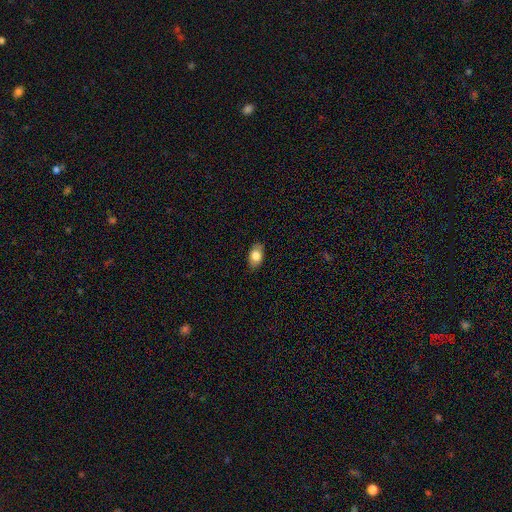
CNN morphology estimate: Smooth or featured? smooth (81%)
How rounded? in between (90%)
Merging? none (85%)